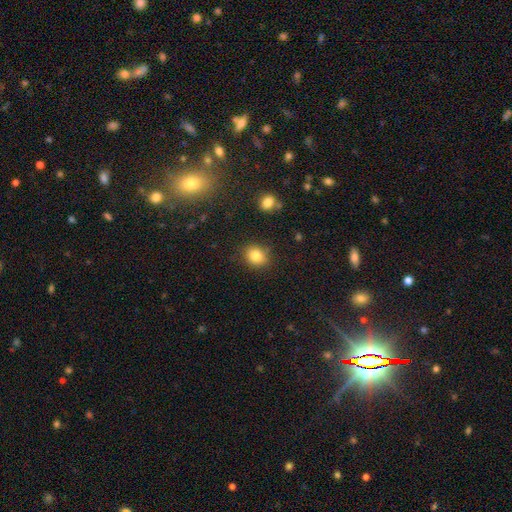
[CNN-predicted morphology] smooth-or-featured: smooth: 83% | star or artifact: 11% | featured or disk: 7%
  how-rounded: round: 64% | in between: 35% | cigar-shaped: 1%
  merging: none: 84% | minor disturbance: 11% | major disturbance: 3% | merger: 2%